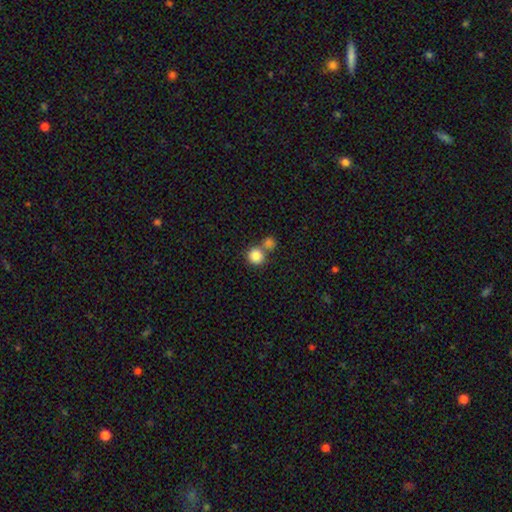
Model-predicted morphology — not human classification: Smooth or featured: smooth — 84% (star or artifact — 10%)
How rounded: round — 91% (in between — 8%)
Merging: none — 53% (merger — 37%)